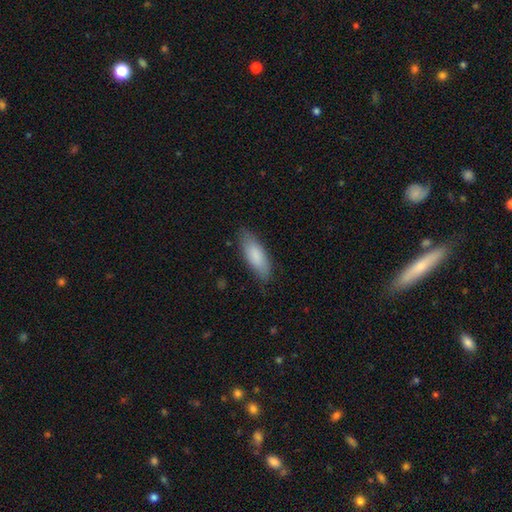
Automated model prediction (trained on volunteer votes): Morphology: type=smooth (84%); roundness=in between (65%); merging=none (82%).